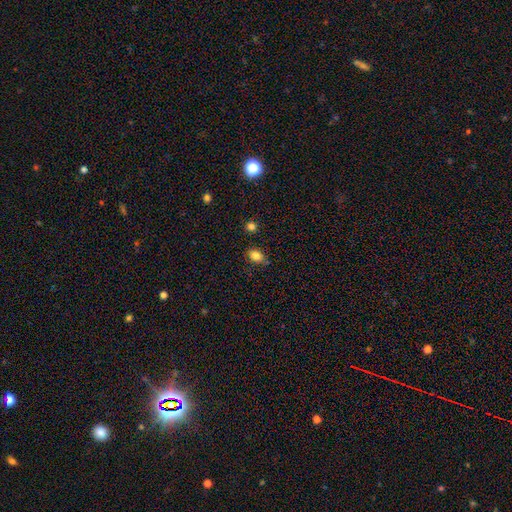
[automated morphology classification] smooth_or_featured: smooth (p=0.83) [alt: star or artifact p=0.11]
how_rounded: in between (p=0.73) [alt: round p=0.25]
merging: none (p=0.72) [alt: minor disturbance p=0.21]